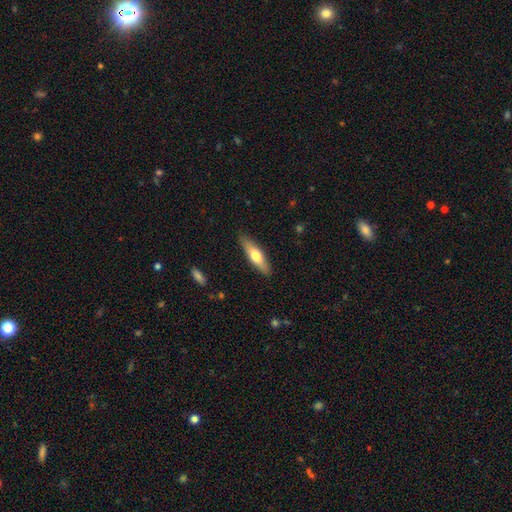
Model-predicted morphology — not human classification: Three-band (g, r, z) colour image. It shows a smooth galaxy with no disk features (60%) that is cigar-shaped (63%). Merging: none (87%).